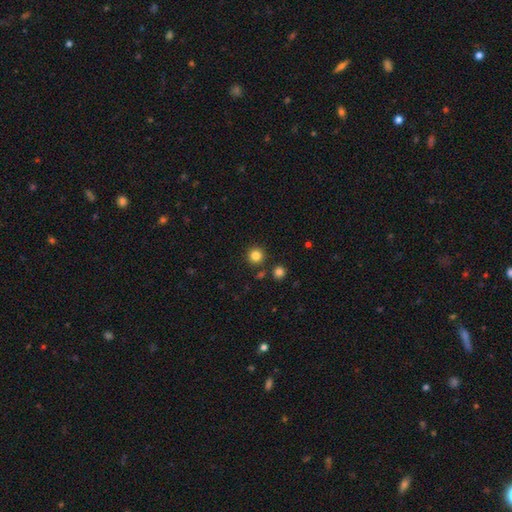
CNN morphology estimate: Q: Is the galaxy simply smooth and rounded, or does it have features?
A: smooth — 83%.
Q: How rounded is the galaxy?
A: round — 95%.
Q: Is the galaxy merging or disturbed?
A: none — 88%.